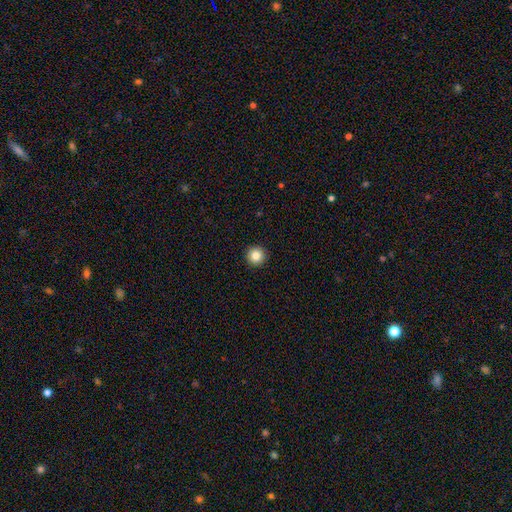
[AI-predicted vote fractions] smooth_or_featured: smooth (p=0.85) [alt: star or artifact p=0.10]
how_rounded: round (p=0.96) [alt: in between p=0.03]
merging: none (p=0.93) [alt: minor disturbance p=0.04]